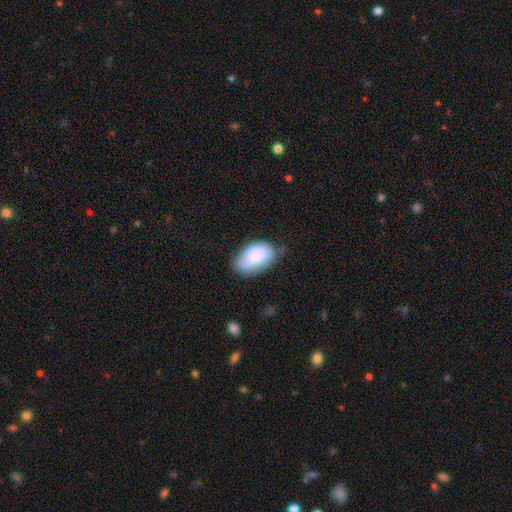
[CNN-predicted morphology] A smooth galaxy with no disk features (77%) that is in between round and cigar-shaped (92%). Merging: none (52%).